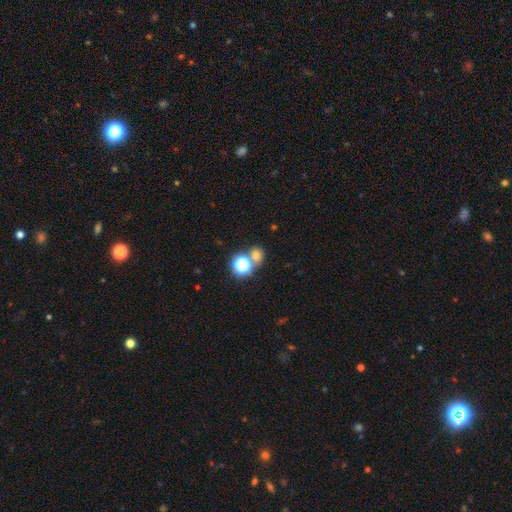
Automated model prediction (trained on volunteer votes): Q: Smooth or featured?
A: smooth (67%); runner-up: star or artifact (25%)
Q: How rounded?
A: round (78%); runner-up: in between (21%)
Q: Merging?
A: none (60%); runner-up: merger (30%)